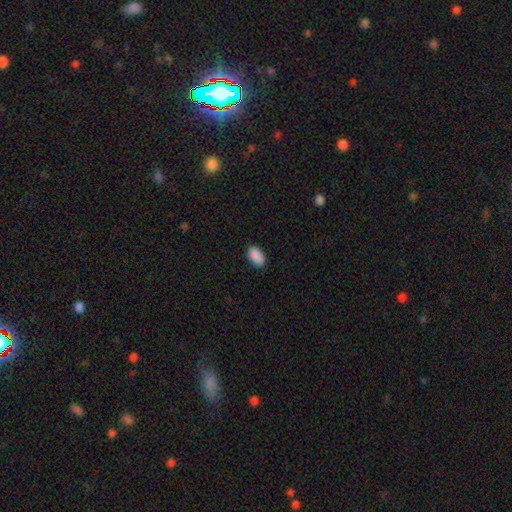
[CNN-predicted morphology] Smooth or featured: smooth — 89% (star or artifact — 7%)
How rounded: in between — 94% (round — 4%)
Merging: none — 85% (minor disturbance — 12%)